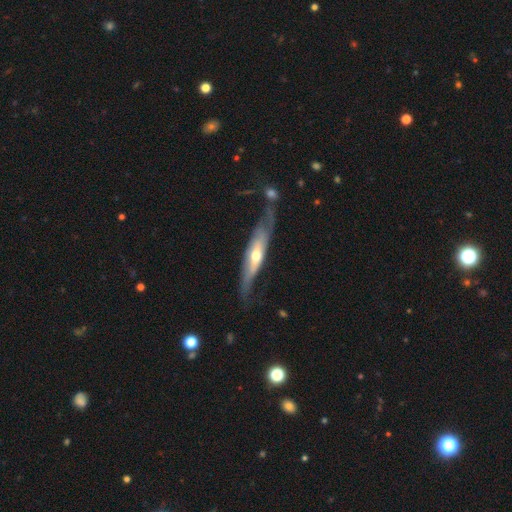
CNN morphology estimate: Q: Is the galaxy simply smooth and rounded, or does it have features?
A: featured or disk — 62%.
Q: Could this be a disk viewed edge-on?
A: yes — 63%.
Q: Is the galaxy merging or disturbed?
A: none — 52%.